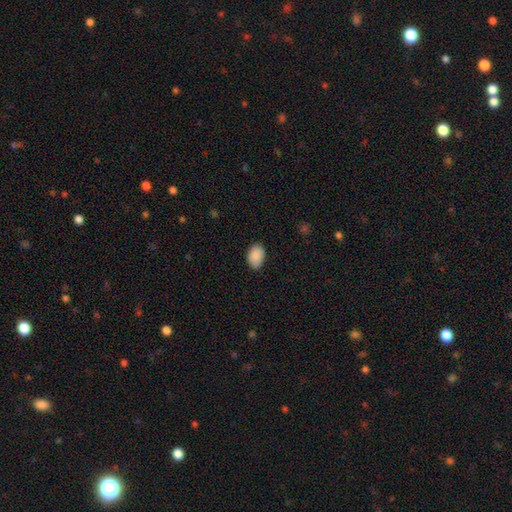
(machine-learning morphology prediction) type=smooth (90%); roundness=in between (87%); merging=none (83%).